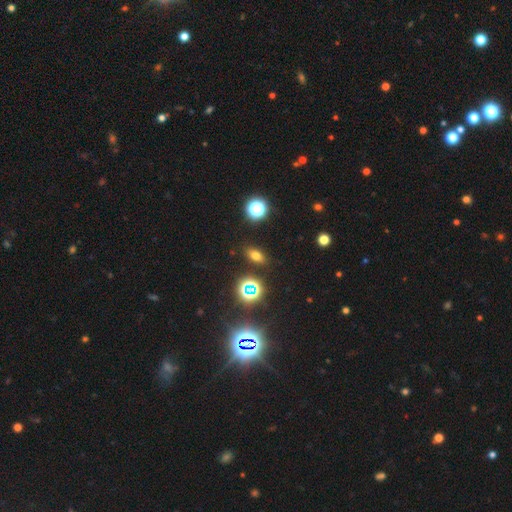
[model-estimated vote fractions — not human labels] smooth-or-featured: smooth: 65% | star or artifact: 24% | featured or disk: 11%
  how-rounded: in between: 75% | round: 18% | cigar-shaped: 8%
  merging: none: 87% | minor disturbance: 8% | major disturbance: 3% | merger: 2%